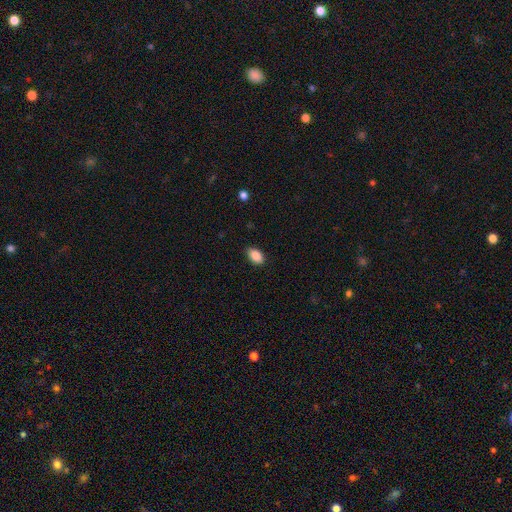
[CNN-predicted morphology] smooth 88%, star or artifact 8%, featured or disk 4%. Down the decision tree: how rounded — in between (90%); merging — none (86%).